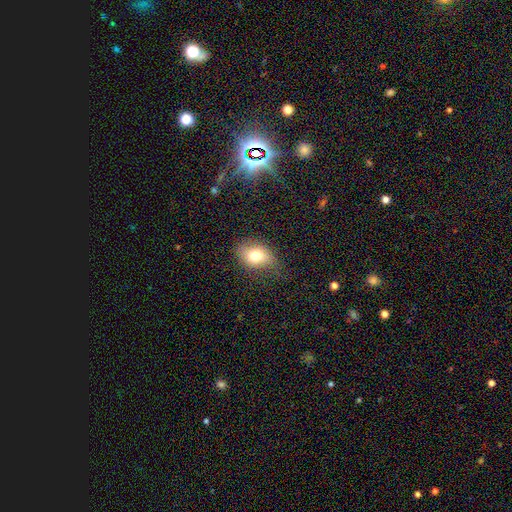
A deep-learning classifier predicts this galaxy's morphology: Smooth or featured: smooth — 74% (featured or disk — 16%)
How rounded: in between — 72% (round — 26%)
Merging: none — 70% (minor disturbance — 22%)